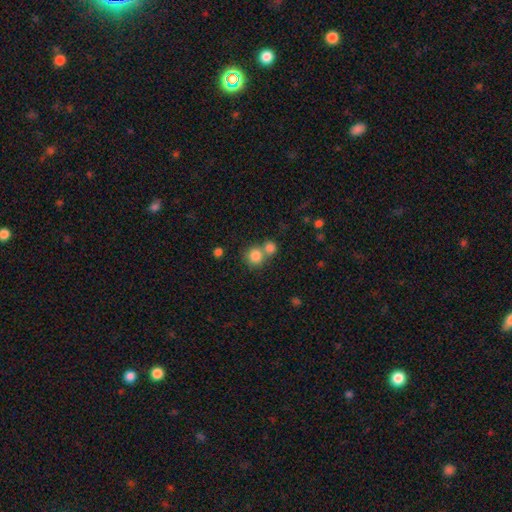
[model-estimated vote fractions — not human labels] smooth 82%, star or artifact 10%, featured or disk 7%. Down the decision tree: how rounded — round (88%); merging — none (50%).